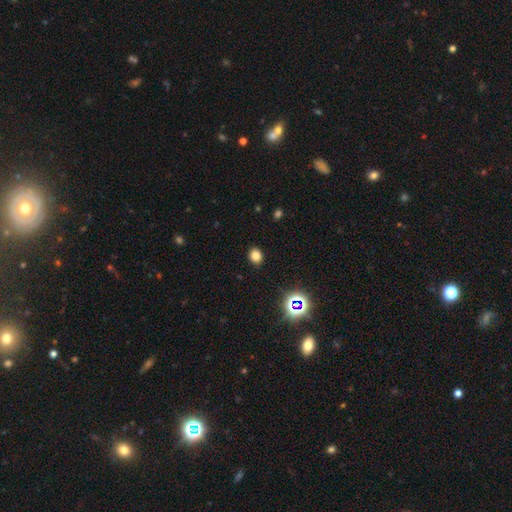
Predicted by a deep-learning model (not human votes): smooth-or-featured: smooth: 79% | star or artifact: 17% | featured or disk: 5%
  how-rounded: round: 56% | in between: 43% | cigar-shaped: 1%
  merging: none: 90% | minor disturbance: 7% | major disturbance: 2% | merger: 1%